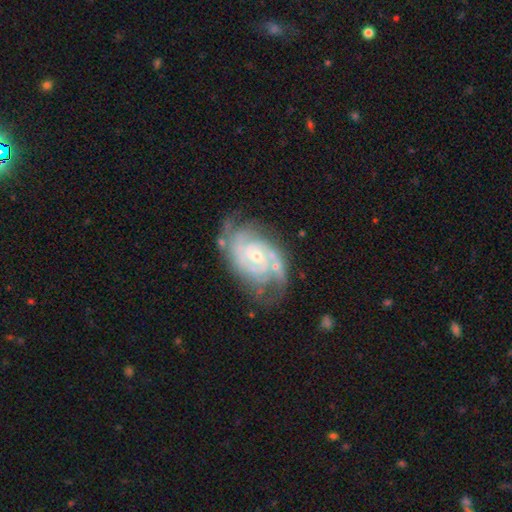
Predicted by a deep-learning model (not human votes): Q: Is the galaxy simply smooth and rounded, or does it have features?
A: featured or disk — 89%.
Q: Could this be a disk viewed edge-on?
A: no — 97%.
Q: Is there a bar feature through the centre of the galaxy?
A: no — 63%.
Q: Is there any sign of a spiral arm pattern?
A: yes — 97%.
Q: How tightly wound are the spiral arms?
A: tight — 62%.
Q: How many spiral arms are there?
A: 2 — 46%.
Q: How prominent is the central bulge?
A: small — 66%.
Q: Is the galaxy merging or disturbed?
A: none — 64%.